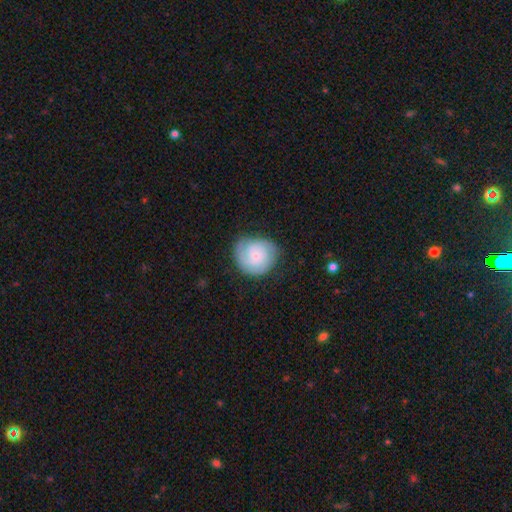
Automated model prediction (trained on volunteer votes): smooth-or-featured: featured or disk: 63% | smooth: 31% | star or artifact: 6%
  disk-edge-on: no: 98% | yes: 2%
    bar: no: 77% | weak: 20% | strong: 3%
    has-spiral-arms: yes: 91% | no: 9%
      spiral-winding: tight: 67% | medium: 26% | loose: 7%
      spiral-arm-count: 2: 42% | can't tell: 27% | 3: 16% | 1: 8% | 4: 4% | more than 4: 3%
    bulge-size: small: 74% | moderate: 18% | none: 5% | large: 2% | dominant: 1%
  merging: none: 73% | minor disturbance: 19% | major disturbance: 7% | merger: 1%